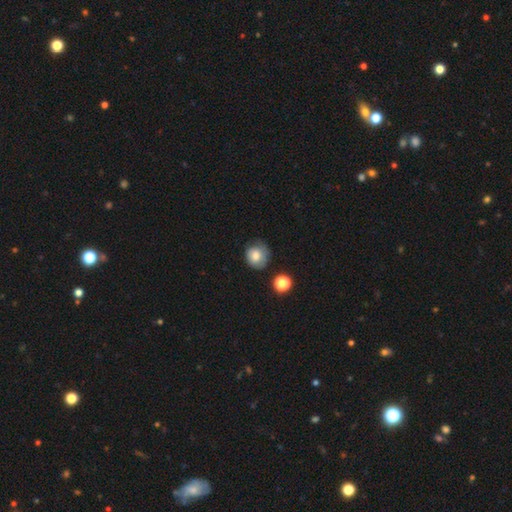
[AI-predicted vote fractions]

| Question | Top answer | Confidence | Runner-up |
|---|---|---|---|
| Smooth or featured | smooth | 74% | featured or disk (17%) |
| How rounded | round | 80% | in between (19%) |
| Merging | none | 59% | minor disturbance (28%) |